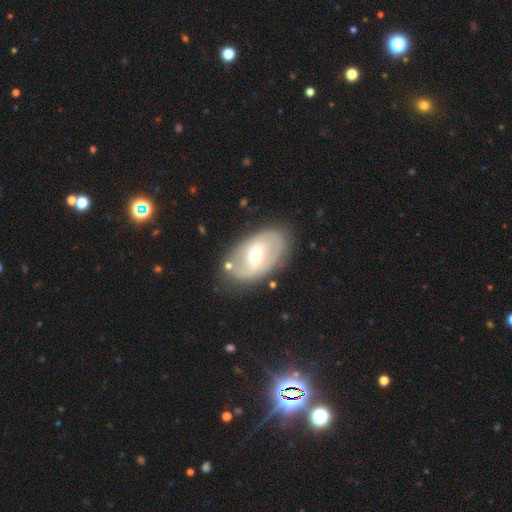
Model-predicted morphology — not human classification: This is likely a featured or disk galaxy (70%). It is clearly not viewed edge-on (94%). Bar: possibly weak (47%). Spiral arm pattern: likely yes (69%). Central bulge: possibly moderate (57%). Merging: likely none (77%).